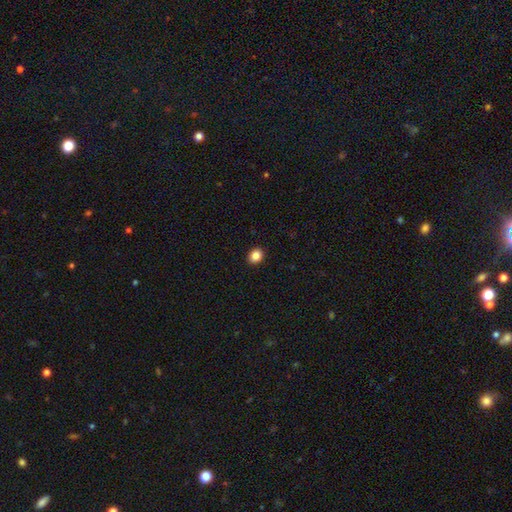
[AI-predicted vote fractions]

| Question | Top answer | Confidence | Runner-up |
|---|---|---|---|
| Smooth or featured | smooth | 86% | star or artifact (10%) |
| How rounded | round | 65% | in between (34%) |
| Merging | none | 92% | minor disturbance (5%) |